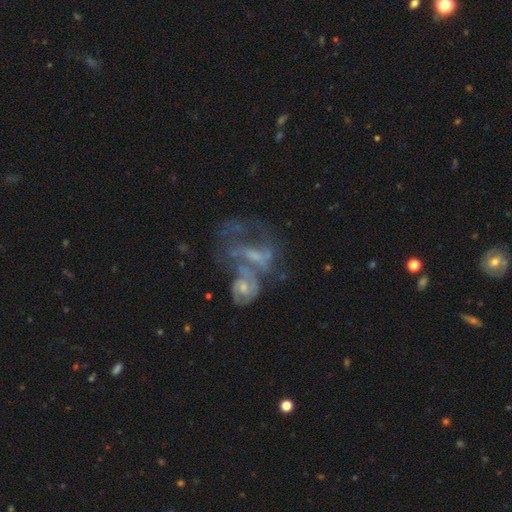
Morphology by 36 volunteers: smooth-or-featured: featured or disk: 72% | smooth: 19% | star or artifact: 8%
  disk-edge-on: no: 96% | yes: 4%
    bar: no: 52% | weak: 44% | strong: 4%
    has-spiral-arms: yes: 52% | no: 48%
      spiral-winding: tight: 46% | loose: 31% | medium: 23%
      spiral-arm-count: can't tell: 62% | 2: 31% | 3: 8% | 1: 0% | 4: 0% | more than 4: 0%
    bulge-size: none: 44% | moderate: 32% | small: 24% | dominant: 0% | large: 0%
  merging: merger: 70% | none: 12% | minor disturbance: 9% | major disturbance: 9%